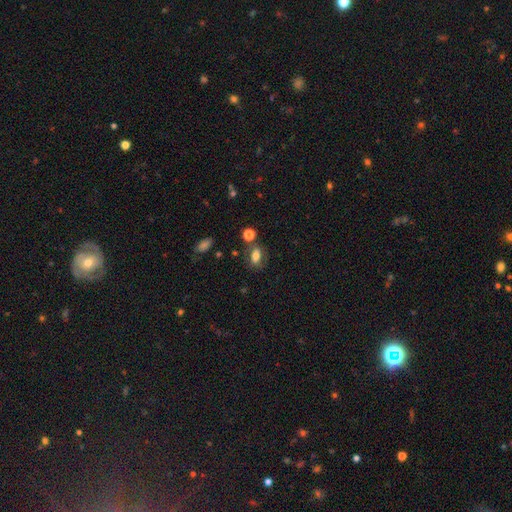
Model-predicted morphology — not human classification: A smooth galaxy with no disk features (71%) that is in between round and cigar-shaped (80%).

Vote fractions:
- Smooth or featured? smooth: 71% / featured or disk: 17% / star or artifact: 12%
- How rounded? in between: 80% / round: 17% / cigar-shaped: 3%
- Merging? none: 63% / minor disturbance: 18% / merger: 11% / major disturbance: 8%